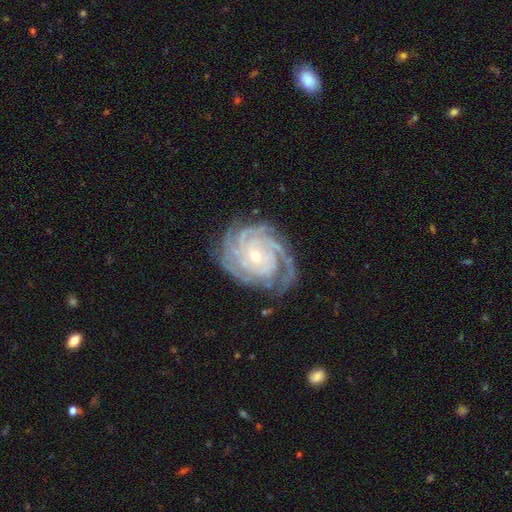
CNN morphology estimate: A featured or disk galaxy (91%) with no bar (73%), 4 (29%) tight (81%) spiral arms (98%) and a small central bulge (65%). Merging: none (76%).